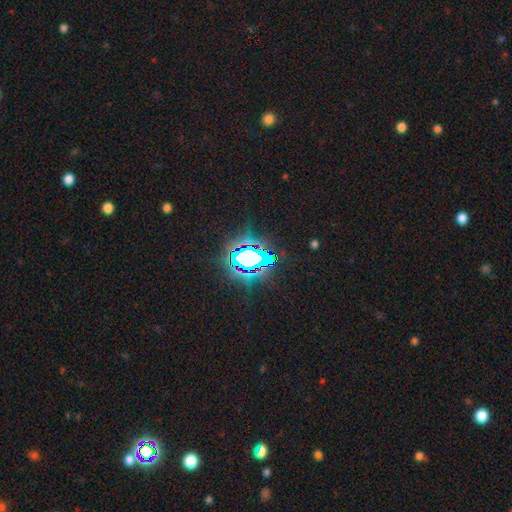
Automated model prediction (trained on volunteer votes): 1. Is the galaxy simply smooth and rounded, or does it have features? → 65% star or artifact, 21% smooth, 15% featured or disk.